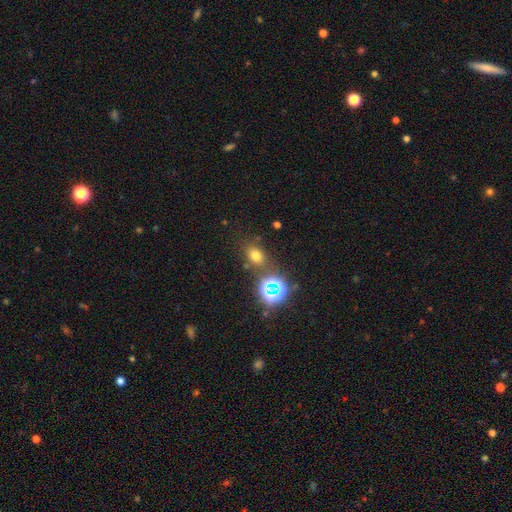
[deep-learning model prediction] smooth_or_featured: smooth (p=0.63) [alt: star or artifact p=0.28]
how_rounded: in between (p=0.56) [alt: round p=0.43]
merging: none (p=0.75) [alt: minor disturbance p=0.12]